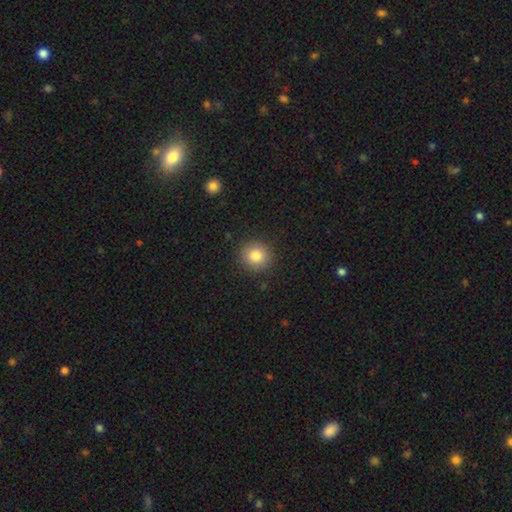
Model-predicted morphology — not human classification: Smooth or featured: smooth — 83% (star or artifact — 10%)
How rounded: round — 90% (in between — 9%)
Merging: none — 90% (minor disturbance — 7%)